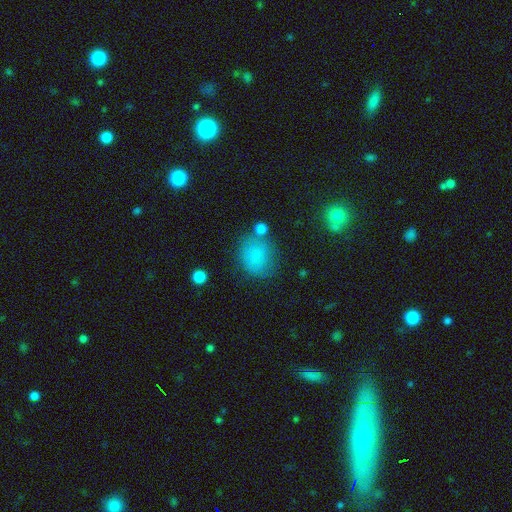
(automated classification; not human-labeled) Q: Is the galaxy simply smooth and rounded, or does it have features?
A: smooth — 80%.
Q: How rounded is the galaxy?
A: round — 65%.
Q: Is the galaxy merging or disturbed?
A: none — 67%.